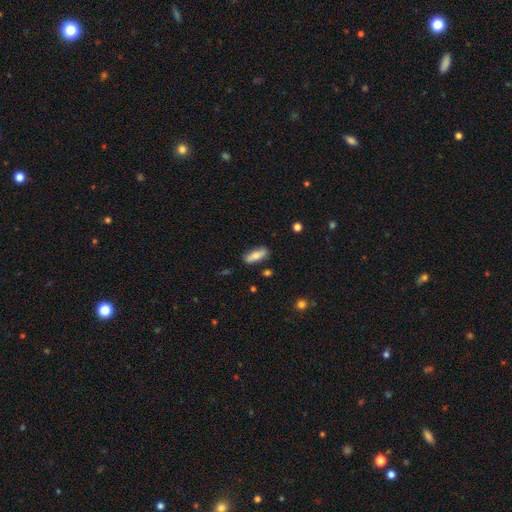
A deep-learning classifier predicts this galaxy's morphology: A smooth galaxy with no disk features (76%) that is in between round and cigar-shaped (64%). Merging: none (85%).